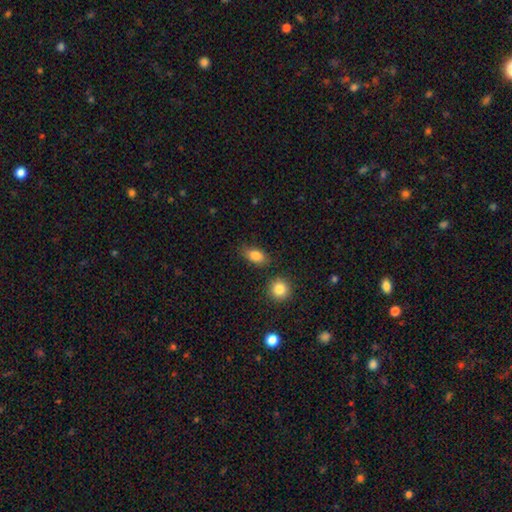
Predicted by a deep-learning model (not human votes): Smooth or featured? Predicted: smooth (p=0.84). How rounded? Predicted: in between (p=0.85). Merging? Predicted: none (p=0.76).